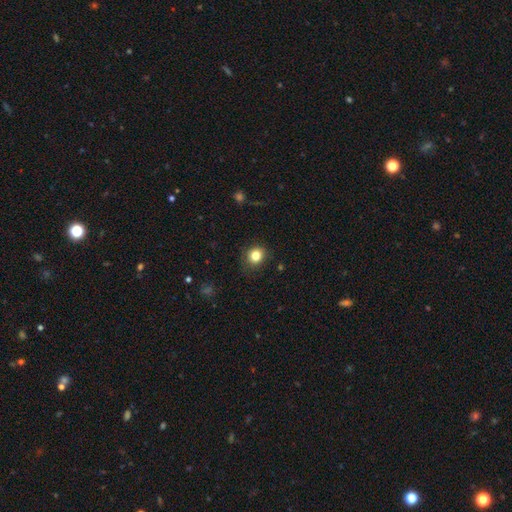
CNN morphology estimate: Smooth or featured?
  - smooth: 82% *
  - star or artifact: 12%
  - featured or disk: 6%
How rounded?
  - round: 77% *
  - in between: 22%
  - cigar-shaped: 1%
Merging?
  - none: 85% *
  - minor disturbance: 11%
  - major disturbance: 3%
  - merger: 1%